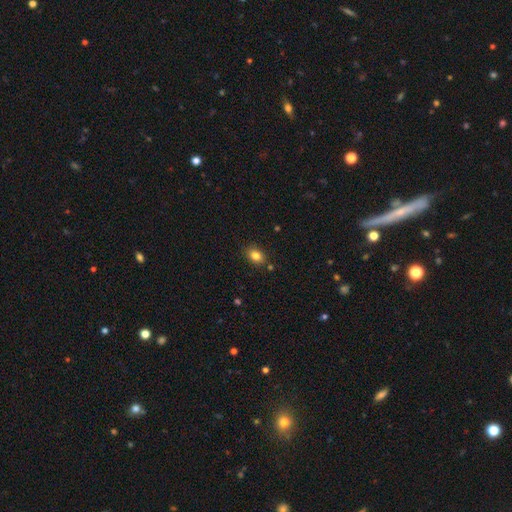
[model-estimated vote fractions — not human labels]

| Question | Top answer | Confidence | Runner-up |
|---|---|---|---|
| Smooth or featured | smooth | 83% | star or artifact (11%) |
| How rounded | in between | 68% | round (31%) |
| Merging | none | 83% | minor disturbance (11%) |